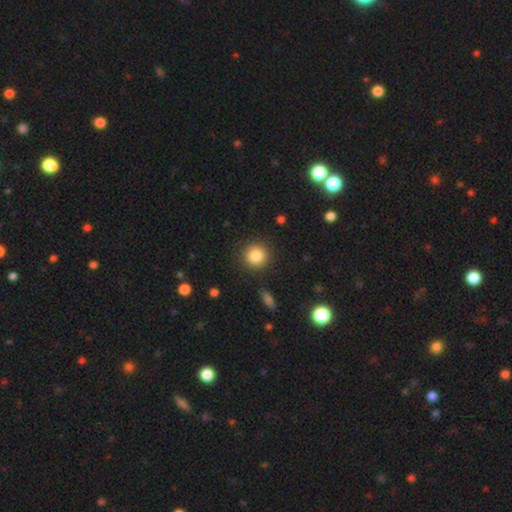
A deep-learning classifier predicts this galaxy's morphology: This is clearly a smooth galaxy (84%). How rounded: clearly round (92%). Merging: clearly none (89%).